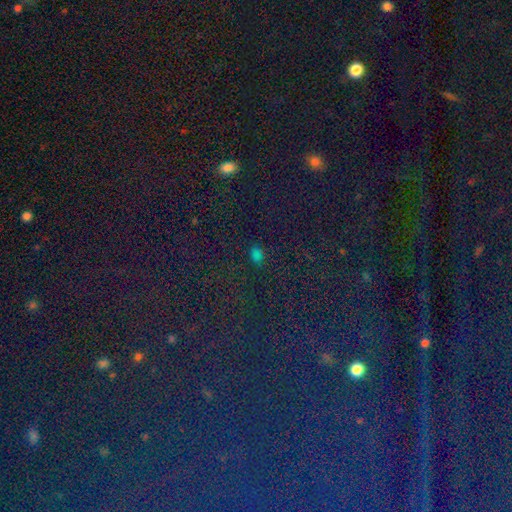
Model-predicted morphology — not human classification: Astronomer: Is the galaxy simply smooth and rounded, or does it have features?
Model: smooth — 53% (runner-up: star or artifact, 41%).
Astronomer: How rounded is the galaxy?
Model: in between — 50% (runner-up: round, 48%).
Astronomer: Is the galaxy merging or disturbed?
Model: none — 80%.